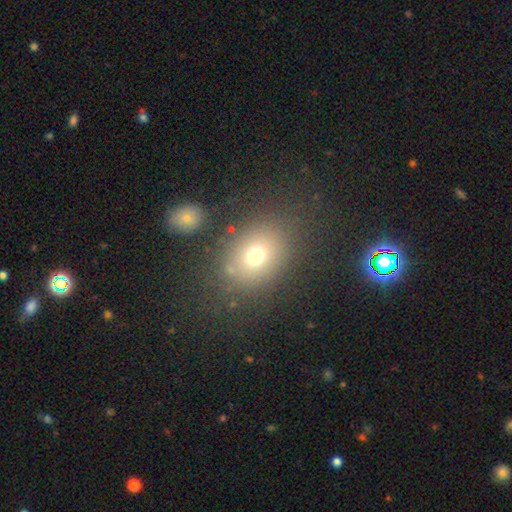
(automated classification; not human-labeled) Smooth or featured? Predicted: smooth (p=0.71). How rounded? Predicted: in between (p=0.59). Merging? Predicted: none (p=0.77).